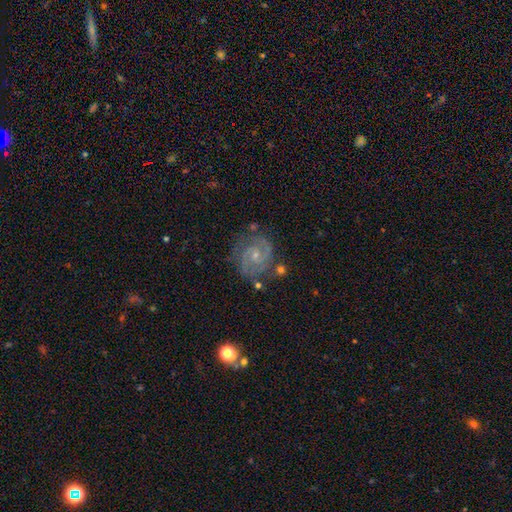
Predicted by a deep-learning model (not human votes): This appears to be a featured or disk galaxy (87%) with no bar (58%), 2 (73%) tight (56%) spiral arms (98%) and a small central bulge (73%). Merging: none (74%).